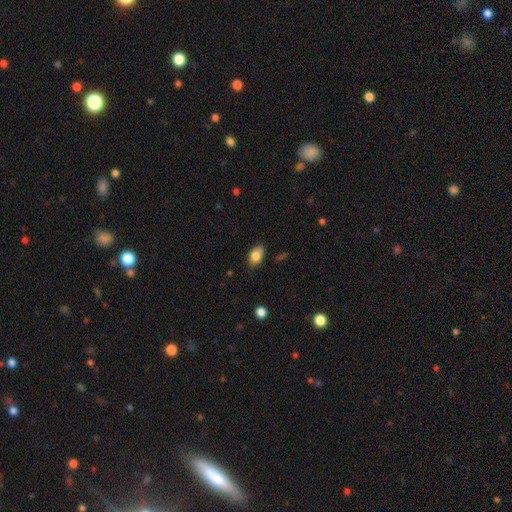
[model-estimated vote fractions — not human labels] smooth-or-featured: smooth: 80% | featured or disk: 11% | star or artifact: 8%
  how-rounded: in between: 84% | round: 14% | cigar-shaped: 2%
  merging: none: 65% | minor disturbance: 23% | merger: 8% | major disturbance: 4%